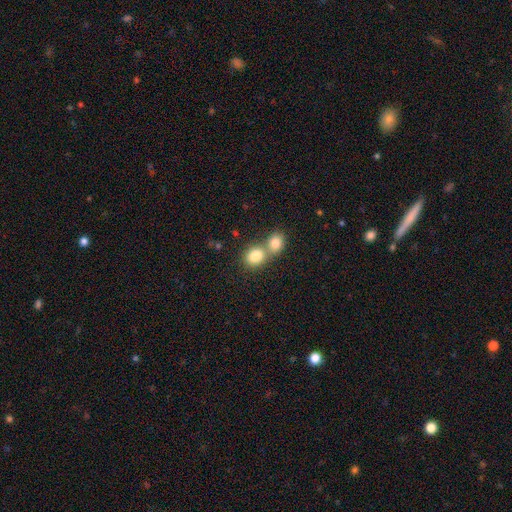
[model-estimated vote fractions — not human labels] The model was most divided on "merging": merger: 60%, none: 32%, minor disturbance: 6%, major disturbance: 2%. More confident: smooth or featured — smooth (82%); how rounded — round (64%).